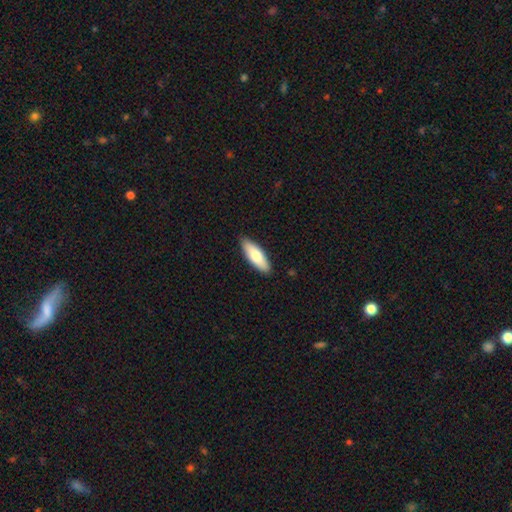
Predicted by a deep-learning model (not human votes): A smooth galaxy with no disk features (77%) that is in between round and cigar-shaped (64%).

Vote fractions:
- Smooth or featured? smooth: 77% / featured or disk: 18% / star or artifact: 5%
- How rounded? in between: 64% / cigar-shaped: 34% / round: 2%
- Merging? none: 89% / minor disturbance: 9% / major disturbance: 2% / merger: 1%